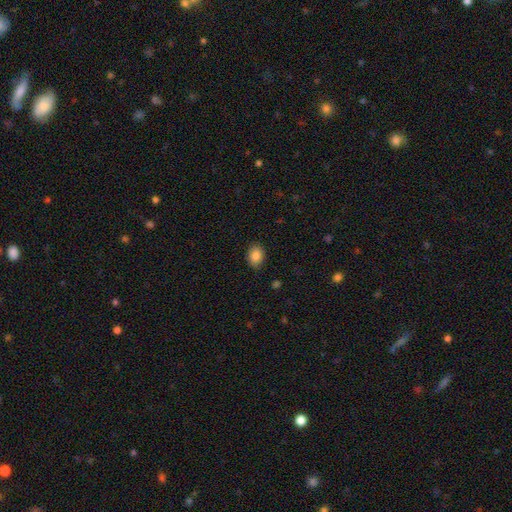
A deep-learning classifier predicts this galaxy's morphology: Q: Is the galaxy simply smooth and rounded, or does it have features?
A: smooth — 87%.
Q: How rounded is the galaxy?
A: in between — 67%.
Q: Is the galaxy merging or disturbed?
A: none — 86%.